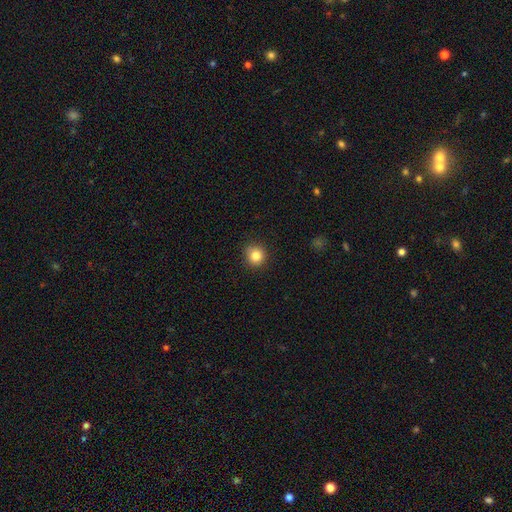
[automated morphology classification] This appears to be a smooth galaxy with no disk features (84%) that is round (92%). Merging: none (89%).